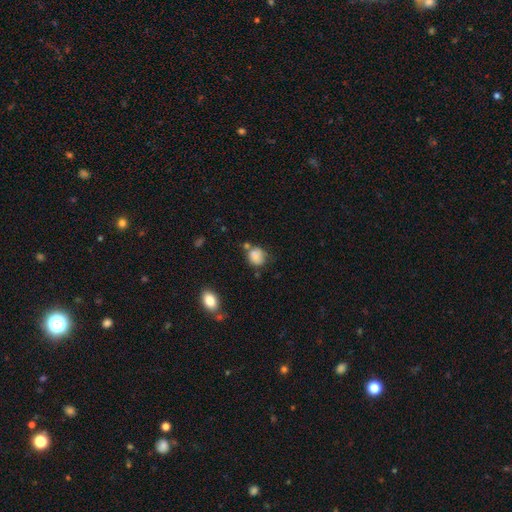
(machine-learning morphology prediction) Overall: smooth (80%). How rounded: round (70%). Merging: none (51%; minor disturbance 25%).